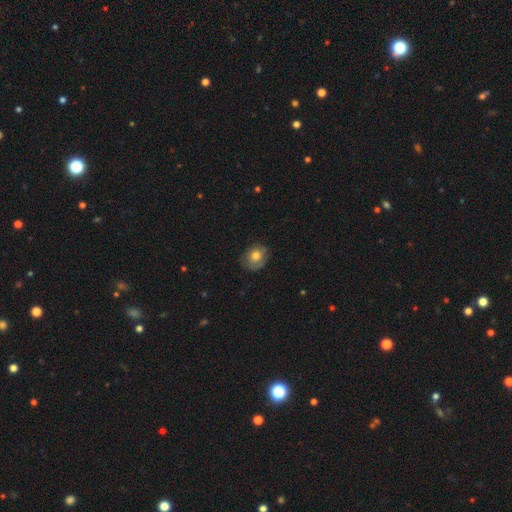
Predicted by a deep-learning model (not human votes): Morphology: type=smooth (66%); roundness=round (66%); merging=none (72%).